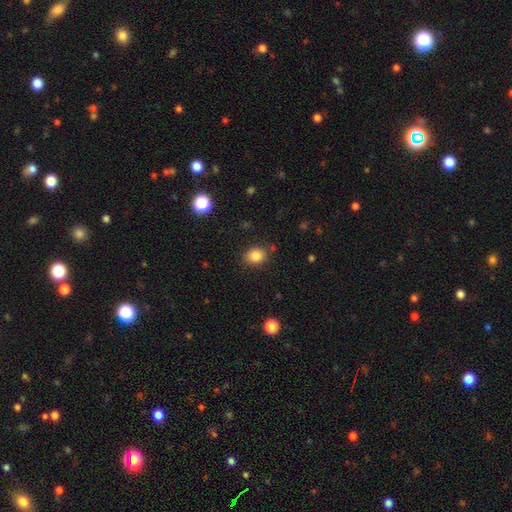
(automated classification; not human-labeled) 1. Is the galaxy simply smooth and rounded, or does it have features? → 85% smooth, 10% star or artifact, 5% featured or disk.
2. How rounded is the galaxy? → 58% round, 41% in between, 1% cigar-shaped.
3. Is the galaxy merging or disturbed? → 84% none, 10% minor disturbance, 3% major disturbance, 3% merger.